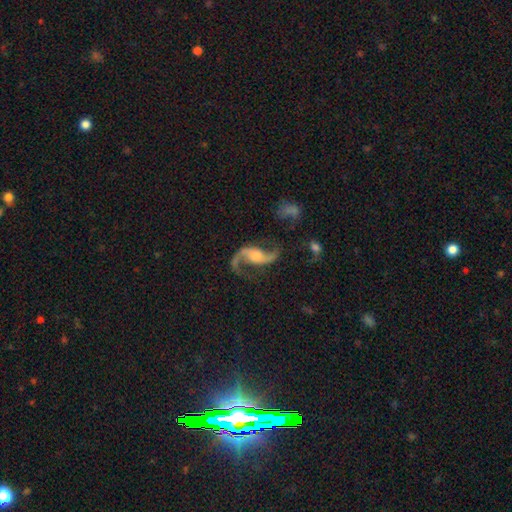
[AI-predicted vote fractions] The model was most divided on "bar": no: 48%, weak: 35%, strong: 17%. More confident: spiral arms — yes (97%); edge-on disk — no (97%); spiral arm count — 2 (92%); smooth or featured — featured or disk (90%); spiral winding — loose (72%); merging — none (66%); bulge size — moderate (51%).